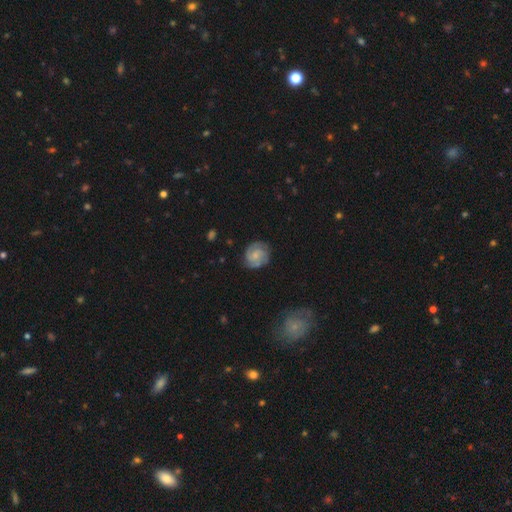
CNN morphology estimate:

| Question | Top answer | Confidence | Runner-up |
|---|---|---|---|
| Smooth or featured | featured or disk | 75% | smooth (19%) |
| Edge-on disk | no | 98% | yes (2%) |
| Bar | no | 57% | weak (37%) |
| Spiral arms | yes | 95% | no (5%) |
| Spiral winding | tight | 53% | medium (38%) |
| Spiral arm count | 2 | 68% | 3 (13%) |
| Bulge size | small | 56% | moderate (25%) |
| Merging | none | 79% | minor disturbance (15%) |